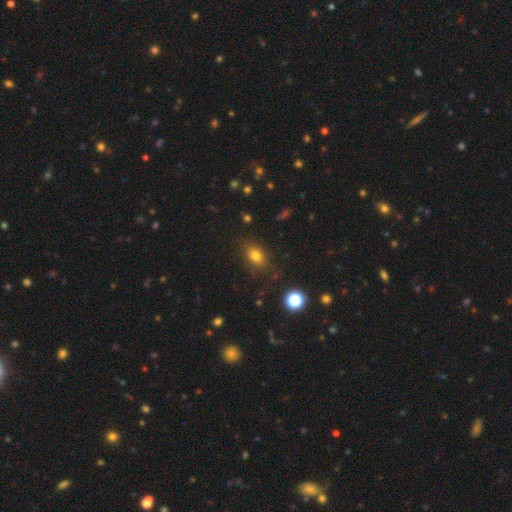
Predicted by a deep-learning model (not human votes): Smooth or featured? smooth (77%)
How rounded? in between (71%)
Merging? none (80%)